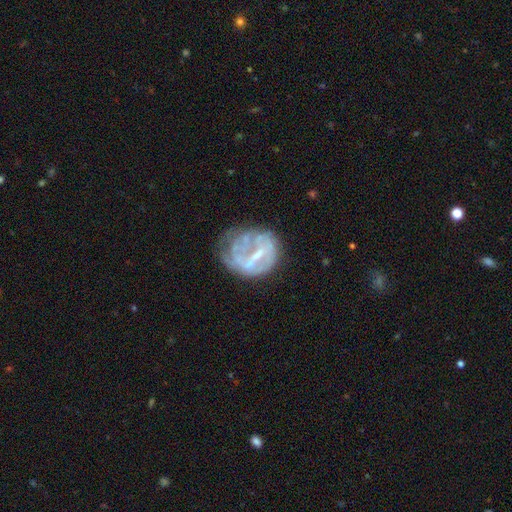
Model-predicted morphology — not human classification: Smooth or featured? Predicted: featured or disk (p=0.65). Edge-on disk? Predicted: no (p=0.97). Bar? Predicted: weak (p=0.38). Spiral arms? Predicted: no (p=0.69). Bulge size? Predicted: none (p=0.42). Merging? Predicted: none (p=0.41).